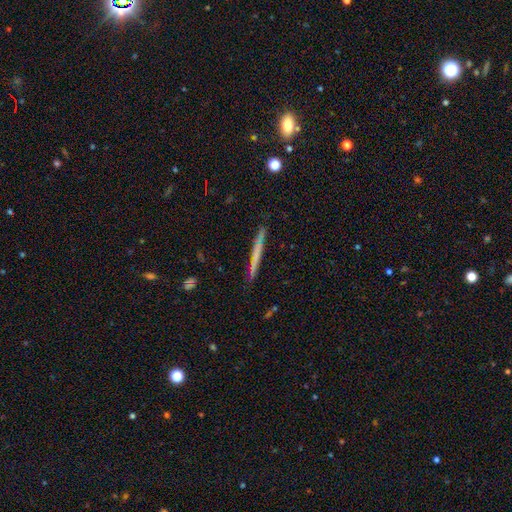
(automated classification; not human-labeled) Q: Smooth or featured?
A: smooth (51%); runner-up: featured or disk (43%)
Q: How rounded?
A: cigar-shaped (97%); runner-up: in between (2%)
Q: Merging?
A: none (89%); runner-up: minor disturbance (8%)